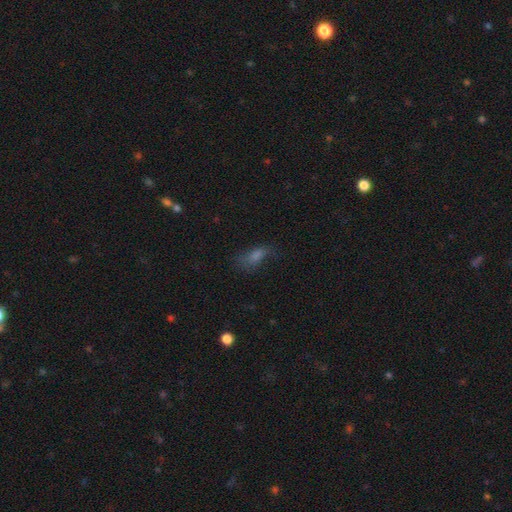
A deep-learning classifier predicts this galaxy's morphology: Smooth or featured? Predicted: smooth (p=0.59). How rounded? Predicted: in between (p=0.69). Merging? Predicted: none (p=0.51).